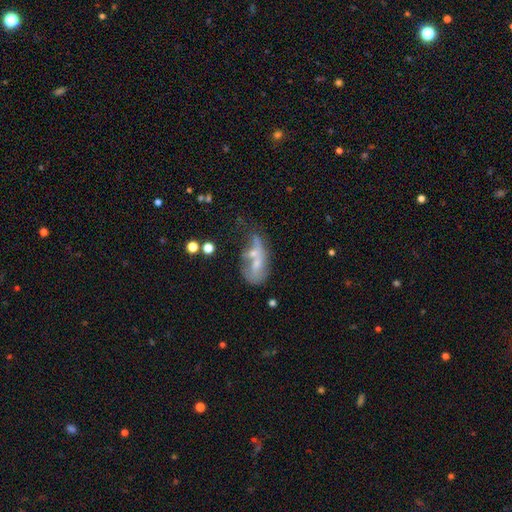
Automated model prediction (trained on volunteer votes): Overall: featured or disk (52%; smooth 35%). Edge-on disk: no (86%). Merging: merger (30%; major disturbance 27%).